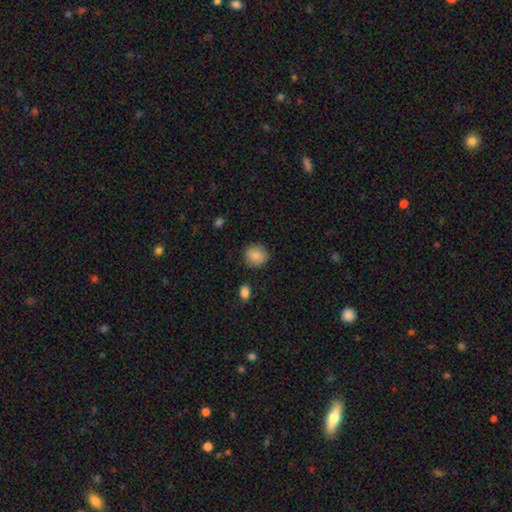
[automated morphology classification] The model was most divided on "how rounded": round: 83%, in between: 16%, cigar-shaped: 1%. More confident: merging — none (86%); smooth or featured — smooth (86%).